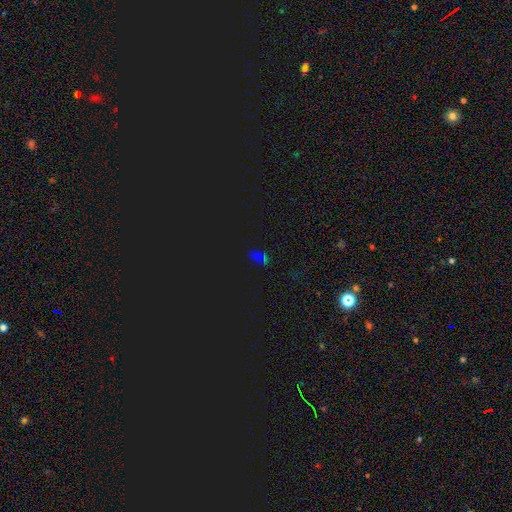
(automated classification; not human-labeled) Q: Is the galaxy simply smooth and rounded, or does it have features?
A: star or artifact — 62%.